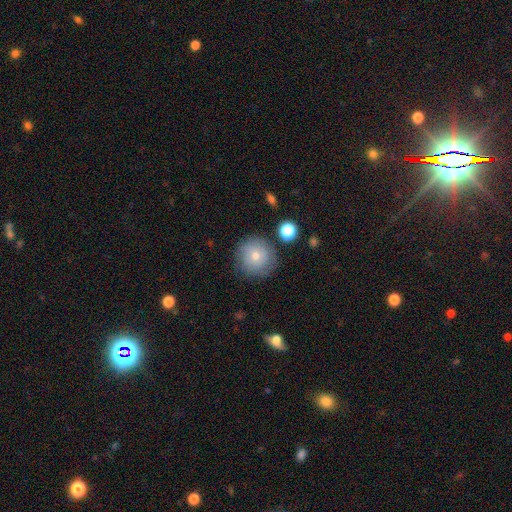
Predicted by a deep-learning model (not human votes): A smooth galaxy with no disk features (72%) that is round (94%).

Vote fractions:
- Smooth or featured? smooth: 72% / featured or disk: 19% / star or artifact: 10%
- How rounded? round: 94% / in between: 5% / cigar-shaped: 1%
- Merging? none: 79% / minor disturbance: 14% / major disturbance: 4% / merger: 3%